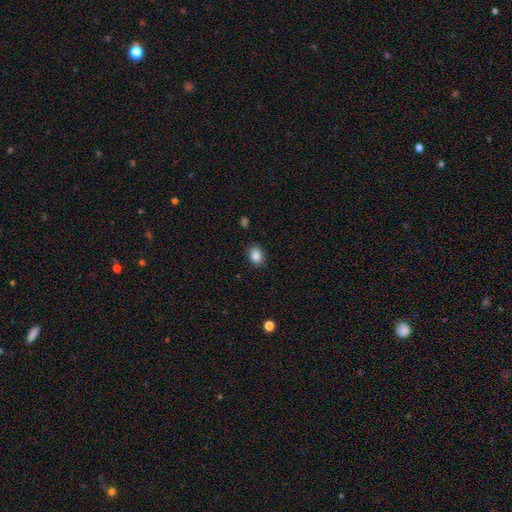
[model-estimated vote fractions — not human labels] A smooth galaxy with no disk features (87%) that is in between round and cigar-shaped (65%).

Vote fractions:
- Smooth or featured? smooth: 87% / star or artifact: 9% / featured or disk: 4%
- How rounded? in between: 65% / round: 34% / cigar-shaped: 1%
- Merging? none: 87% / minor disturbance: 9% / major disturbance: 2% / merger: 1%